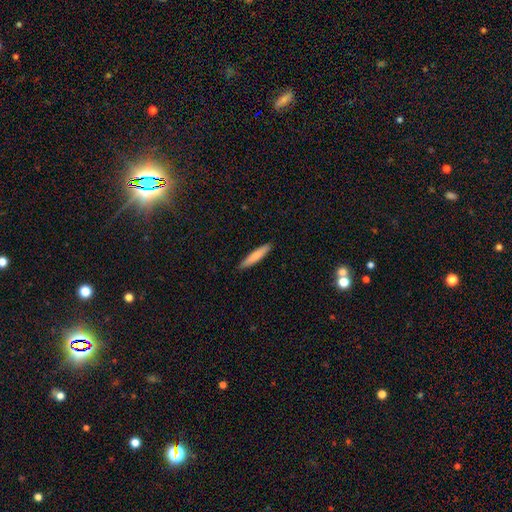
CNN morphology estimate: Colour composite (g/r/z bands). It shows a smooth galaxy with no disk features (76%) that is cigar-shaped (90%). Merging: none (90%).